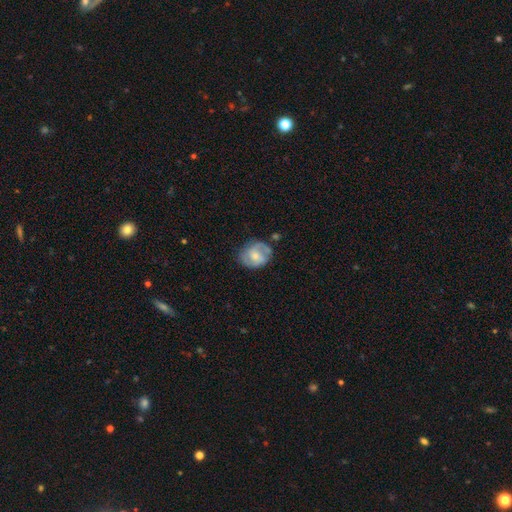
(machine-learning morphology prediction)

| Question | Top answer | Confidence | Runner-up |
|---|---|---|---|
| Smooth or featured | featured or disk | 57% | smooth (36%) |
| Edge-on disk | no | 97% | yes (3%) |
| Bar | no | 55% | weak (36%) |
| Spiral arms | yes | 75% | no (25%) |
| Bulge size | moderate | 52% | small (36%) |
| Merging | none | 59% | minor disturbance (26%) |